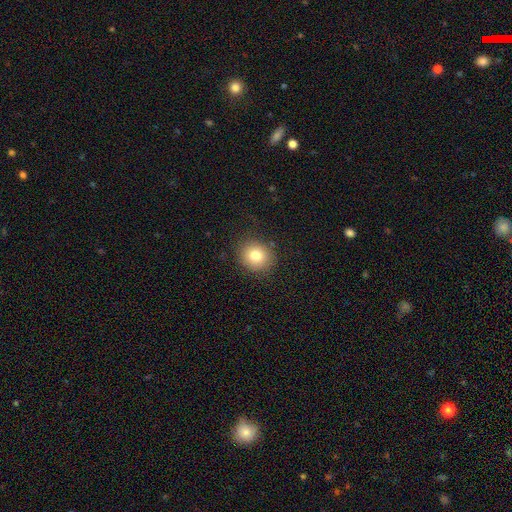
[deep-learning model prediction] smooth 79%, star or artifact 11%, featured or disk 10%. Down the decision tree: how rounded — round (83%); merging — none (87%).